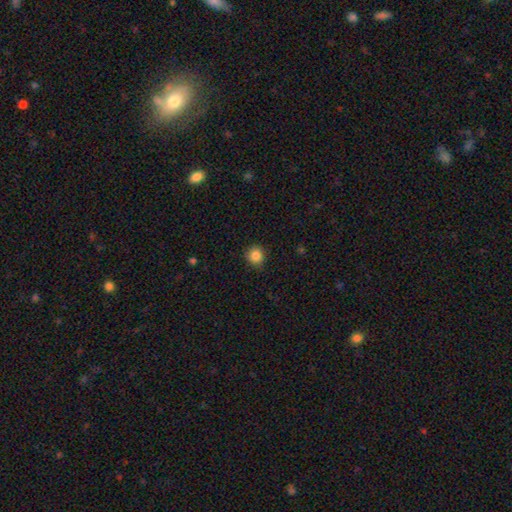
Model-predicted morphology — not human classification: Q: Smooth or featured?
A: smooth (85%); runner-up: star or artifact (10%)
Q: How rounded?
A: round (89%); runner-up: in between (10%)
Q: Merging?
A: none (87%); runner-up: minor disturbance (10%)